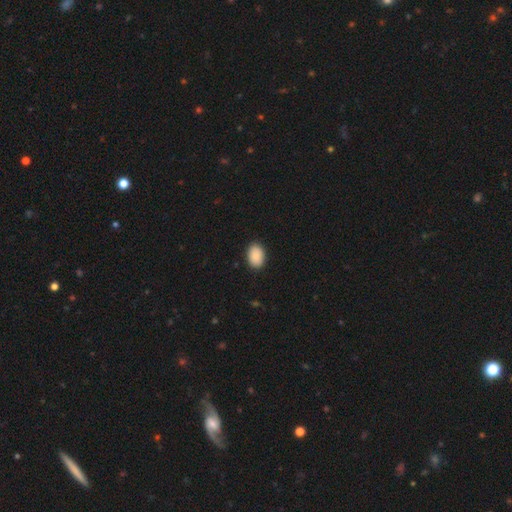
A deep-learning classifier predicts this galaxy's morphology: This appears to be a smooth galaxy with no disk features (90%) that is in between round and cigar-shaped (85%). Merging: none (90%).